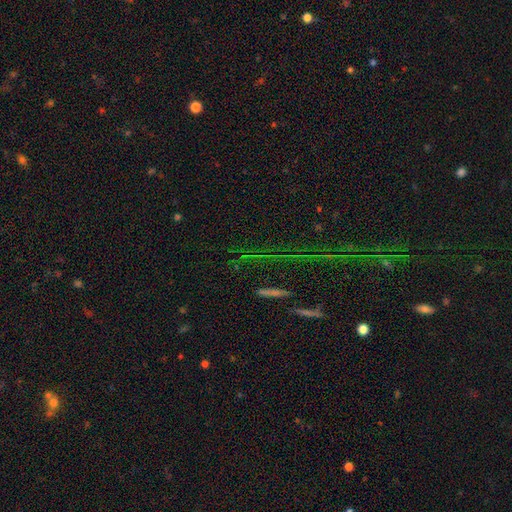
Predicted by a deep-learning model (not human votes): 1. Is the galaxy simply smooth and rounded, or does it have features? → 72% star or artifact, 14% featured or disk, 14% smooth.